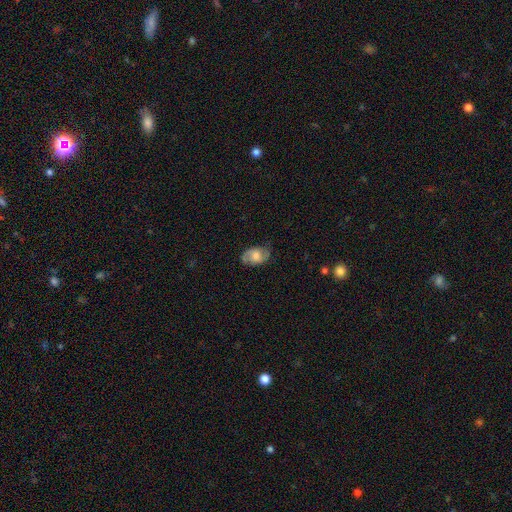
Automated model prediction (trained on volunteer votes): smooth_or_featured: featured or disk (p=0.55) [alt: smooth p=0.37]
disk_edge_on: no (p=0.96) [alt: yes p=0.04]
bar: no (p=0.60) [alt: weak p=0.34]
has_spiral_arms: yes (p=0.84) [alt: no p=0.16]
bulge_size: moderate (p=0.40) [alt: large p=0.27]
merging: none (p=0.71) [alt: minor disturbance p=0.21]